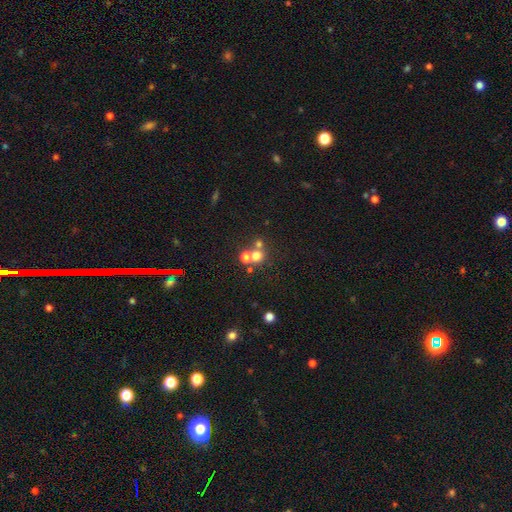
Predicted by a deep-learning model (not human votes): This is likely a smooth galaxy (66%). How rounded: clearly round (87%). Merging: possibly merger (46%).